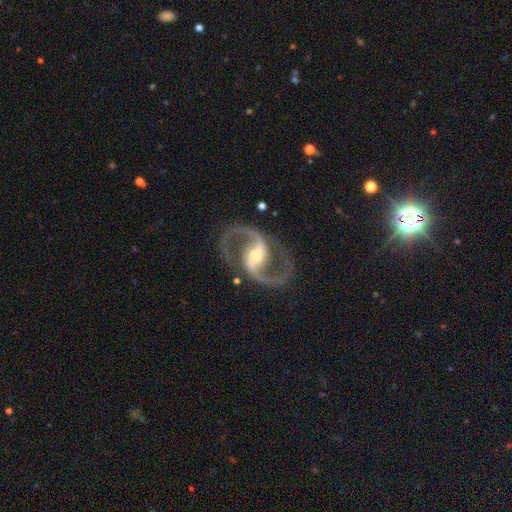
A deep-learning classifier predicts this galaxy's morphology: Q: Smooth or featured?
A: featured or disk (93%); runner-up: star or artifact (4%)
Q: Edge-on disk?
A: no (98%); runner-up: yes (2%)
Q: Bar?
A: strong (47%); runner-up: weak (37%)
Q: Spiral arms?
A: yes (98%); runner-up: no (2%)
Q: Spiral winding?
A: medium (64%); runner-up: loose (26%)
Q: Spiral arm count?
A: 2 (95%); runner-up: can't tell (1%)
Q: Bulge size?
A: moderate (56%); runner-up: small (31%)
Q: Merging?
A: none (85%); runner-up: minor disturbance (9%)